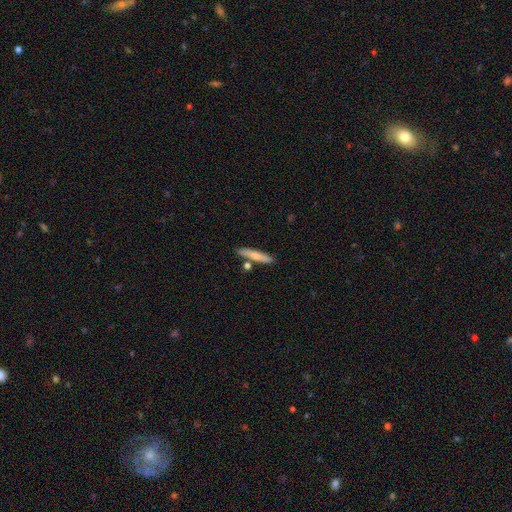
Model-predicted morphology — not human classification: This is likely a smooth galaxy (69%). How rounded: clearly cigar-shaped (87%). Merging: likely none (79%).